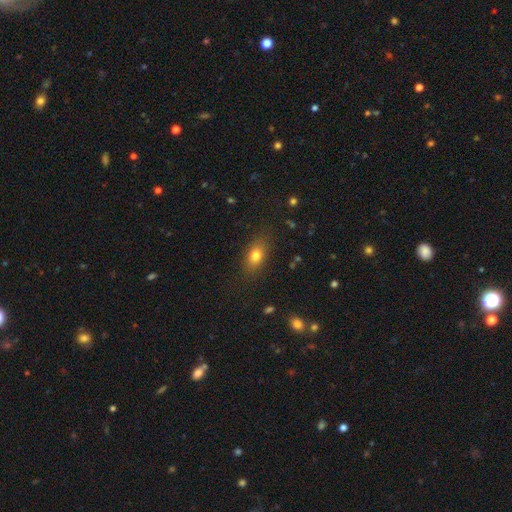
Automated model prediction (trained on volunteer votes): Smooth or featured: smooth — 78% (featured or disk — 11%)
How rounded: in between — 78% (round — 16%)
Merging: none — 82% (minor disturbance — 13%)